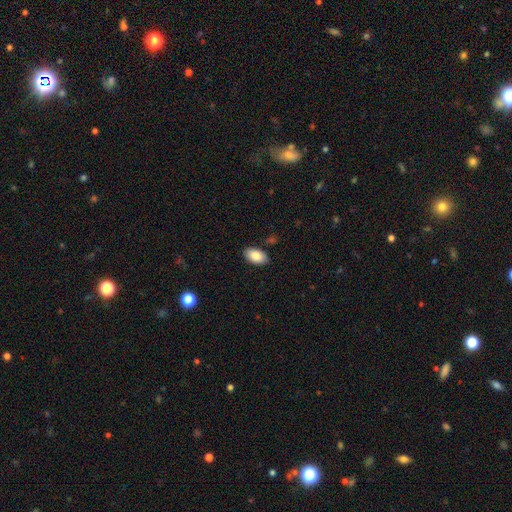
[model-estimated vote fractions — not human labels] A smooth galaxy with no disk features (85%) that is in between round and cigar-shaped (94%).

Vote fractions:
- Smooth or featured? smooth: 85% / featured or disk: 8% / star or artifact: 7%
- How rounded? in between: 94% / round: 4% / cigar-shaped: 2%
- Merging? none: 87% / minor disturbance: 10% / major disturbance: 2% / merger: 2%